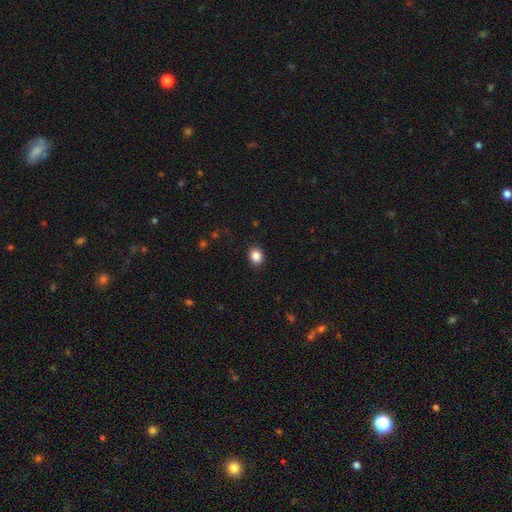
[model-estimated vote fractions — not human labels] Smooth or featured: smooth — 86% (star or artifact — 10%)
How rounded: round — 57% (in between — 42%)
Merging: none — 90% (minor disturbance — 7%)